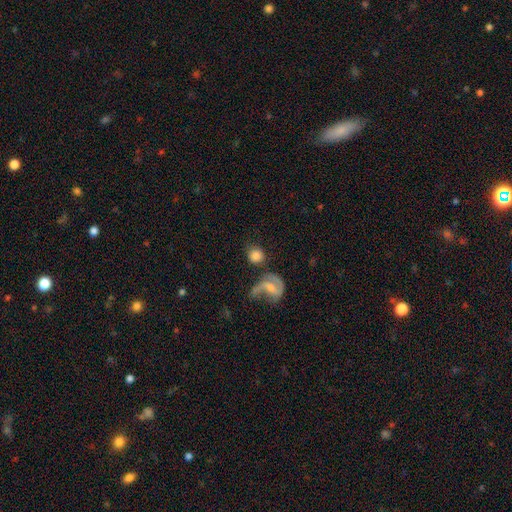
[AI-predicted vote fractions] This is likely a smooth galaxy (74%). How rounded: clearly round (87%). Merging: possibly none (59%).